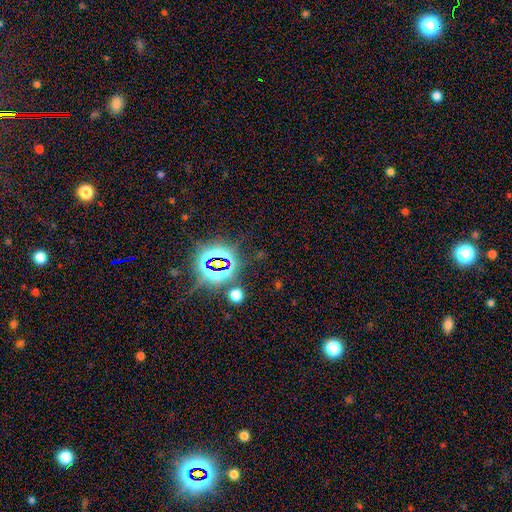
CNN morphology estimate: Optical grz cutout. It shows a star or artifact, not a galaxy (79%).